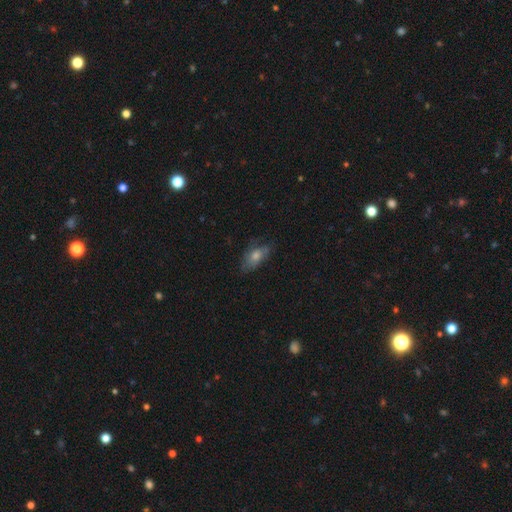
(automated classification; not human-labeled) The model was most divided on "smooth or featured": smooth: 53%, featured or disk: 33%, star or artifact: 13%. More confident: how rounded — in between (81%); merging — none (65%).